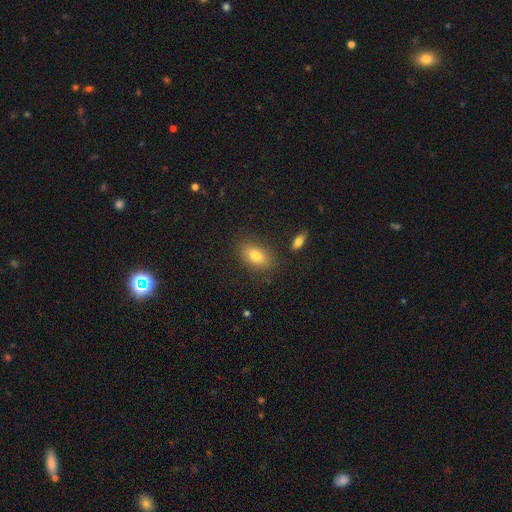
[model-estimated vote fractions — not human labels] Smooth or featured? Predicted: smooth (p=0.80). How rounded? Predicted: in between (p=0.86). Merging? Predicted: none (p=0.82).